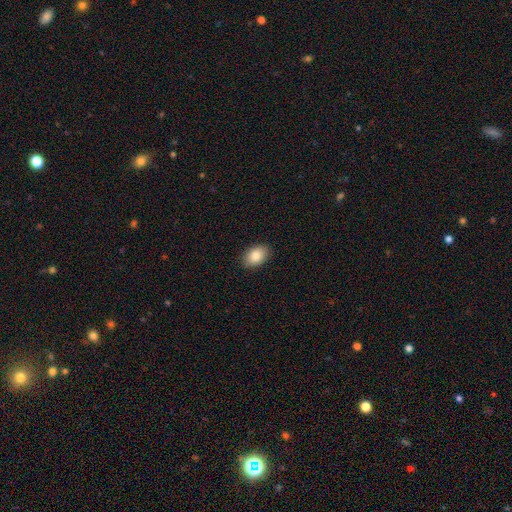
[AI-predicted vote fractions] smooth_or_featured: smooth (p=0.85) [alt: star or artifact p=0.07]
how_rounded: in between (p=0.87) [alt: round p=0.12]
merging: none (p=0.89) [alt: minor disturbance p=0.08]